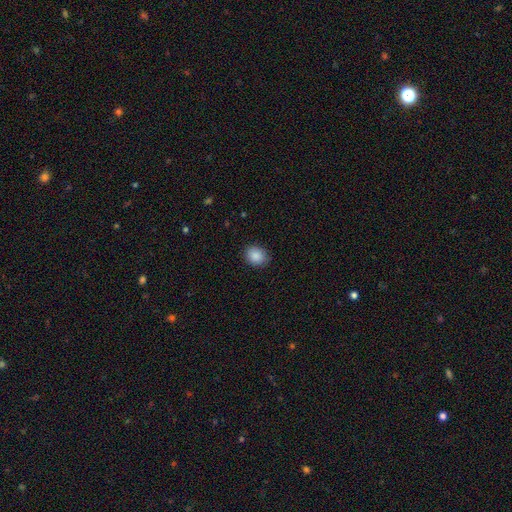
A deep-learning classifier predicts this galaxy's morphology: A smooth galaxy with no disk features (88%) that is round (59%).

Vote fractions:
- Smooth or featured? smooth: 88% / star or artifact: 8% / featured or disk: 3%
- How rounded? round: 59% / in between: 40% / cigar-shaped: 1%
- Merging? none: 86% / minor disturbance: 10% / major disturbance: 2% / merger: 1%